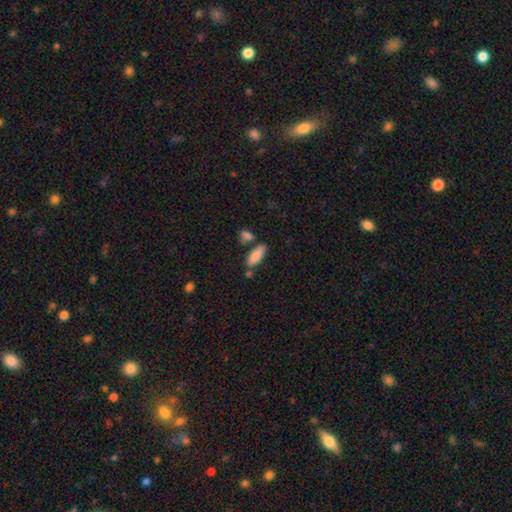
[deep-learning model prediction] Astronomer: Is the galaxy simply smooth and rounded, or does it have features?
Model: smooth — 85%.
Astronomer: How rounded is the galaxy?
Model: in between — 74%.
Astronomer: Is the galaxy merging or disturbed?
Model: none — 65%.